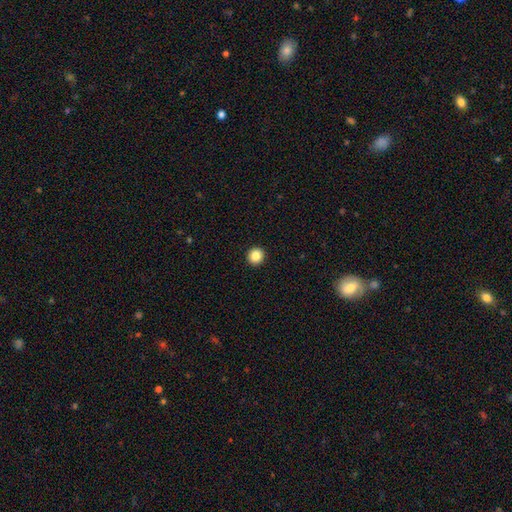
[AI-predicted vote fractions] Morphology: type=smooth (86%); roundness=round (94%); merging=none (94%).